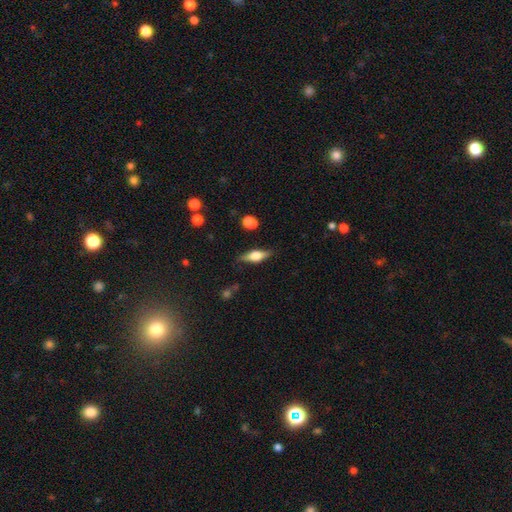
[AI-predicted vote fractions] This is possibly a featured or disk galaxy (51%). It is clearly viewed edge-on (92%). Merging: clearly none (84%).